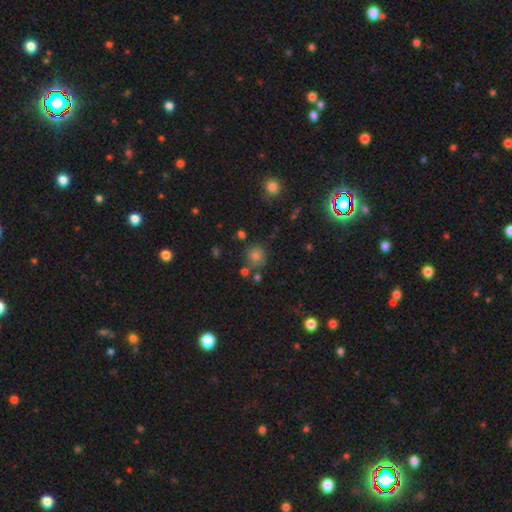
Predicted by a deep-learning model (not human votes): A smooth galaxy with no disk features (71%) that is round (88%). Merging: none (76%).